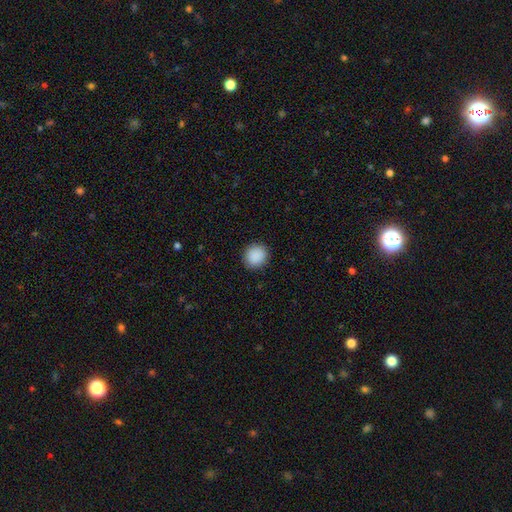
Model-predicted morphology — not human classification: Q: Smooth or featured?
A: smooth (90%); runner-up: star or artifact (8%)
Q: How rounded?
A: round (86%); runner-up: in between (13%)
Q: Merging?
A: none (91%); runner-up: minor disturbance (6%)